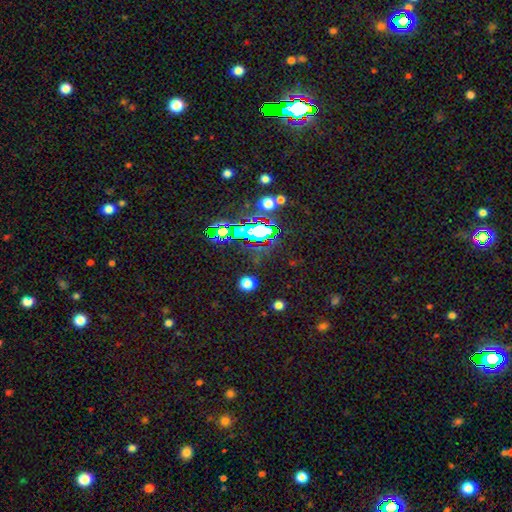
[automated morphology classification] This appears to be a star or artifact, not a galaxy (78%).